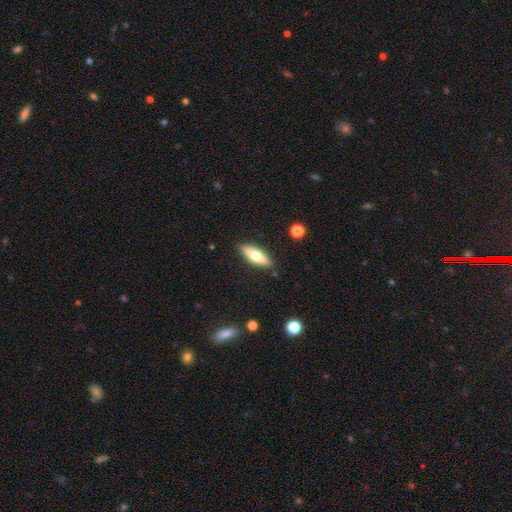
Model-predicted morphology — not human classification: Smooth or featured?
  - smooth: 62% *
  - featured or disk: 32%
  - star or artifact: 6%
How rounded?
  - in between: 53% *
  - cigar-shaped: 44%
  - round: 2%
Merging?
  - none: 87% *
  - minor disturbance: 9%
  - major disturbance: 2%
  - merger: 2%